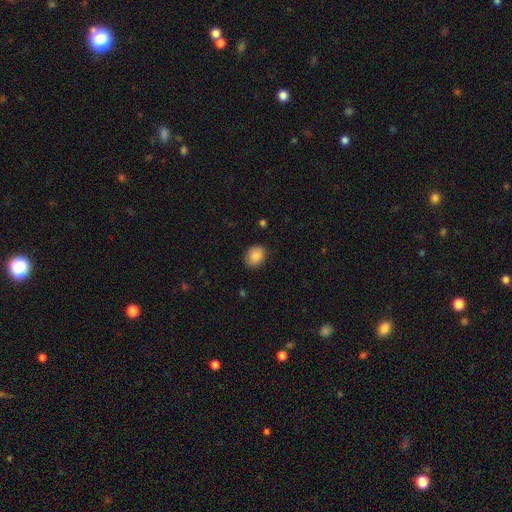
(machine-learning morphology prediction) Smooth or featured?
  - smooth: 88% *
  - star or artifact: 8%
  - featured or disk: 4%
How rounded?
  - in between: 52% *
  - round: 47%
  - cigar-shaped: 1%
Merging?
  - none: 85% *
  - minor disturbance: 12%
  - major disturbance: 3%
  - merger: 1%